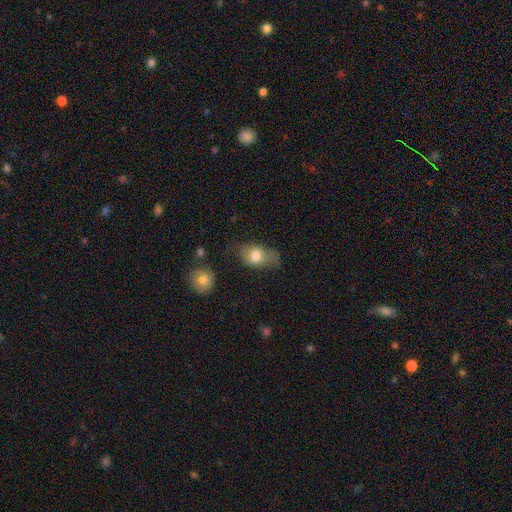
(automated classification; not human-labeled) A smooth galaxy with no disk features (72%) that is in between round and cigar-shaped (81%). Merging: none (50%).